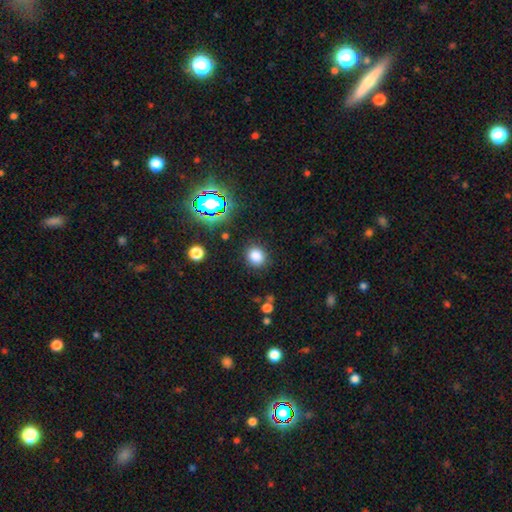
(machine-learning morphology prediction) Smooth or featured? smooth (80%)
How rounded? round (79%)
Merging? none (87%)